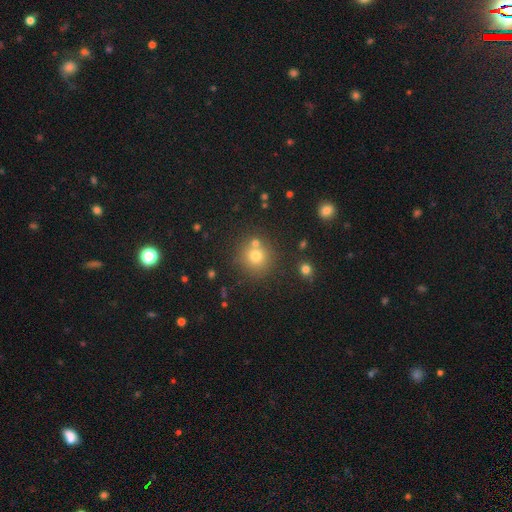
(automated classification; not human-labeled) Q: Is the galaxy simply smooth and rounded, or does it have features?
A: smooth — 72%.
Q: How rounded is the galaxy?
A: round — 92%.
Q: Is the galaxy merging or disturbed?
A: none — 73%.